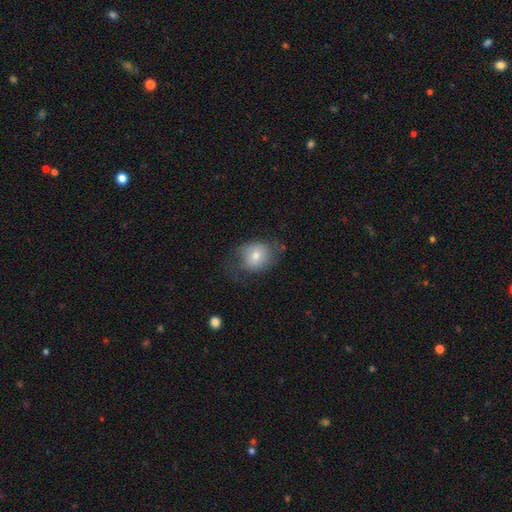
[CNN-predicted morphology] This appears to be a smooth galaxy with no disk features (67%) that is round (52%). Merging: none (51%).